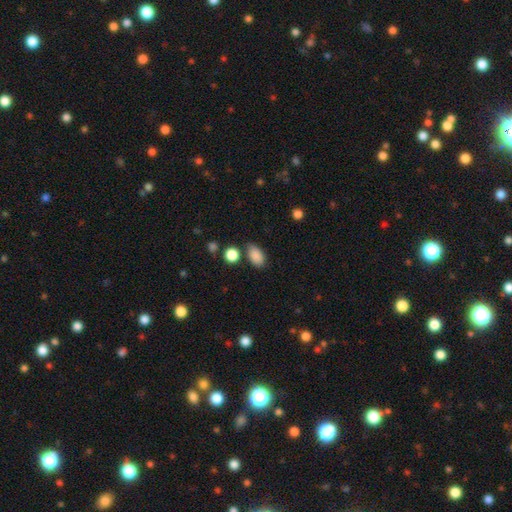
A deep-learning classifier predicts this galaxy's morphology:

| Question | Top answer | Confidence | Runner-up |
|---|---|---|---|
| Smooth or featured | smooth | 88% | star or artifact (8%) |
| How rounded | in between | 90% | round (8%) |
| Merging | none | 75% | minor disturbance (15%) |